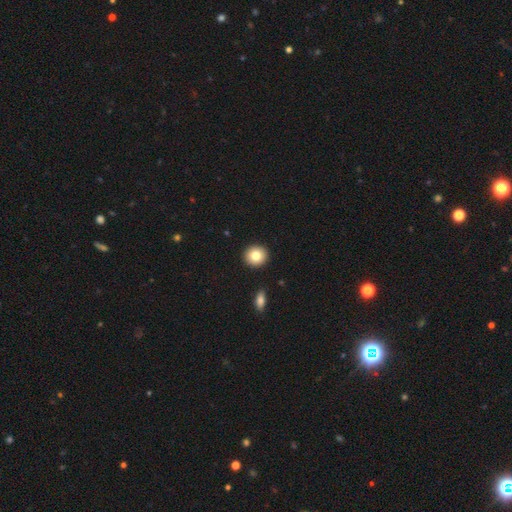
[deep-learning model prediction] Smooth or featured? smooth (82%)
How rounded? round (87%)
Merging? none (92%)